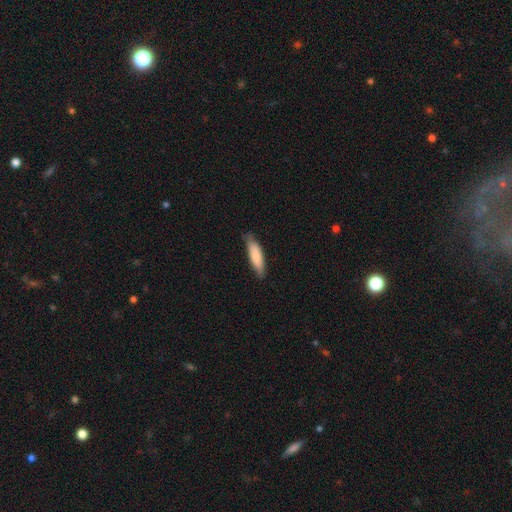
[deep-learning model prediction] Morphology: type=smooth (80%); roundness=cigar-shaped (62%); merging=none (76%).